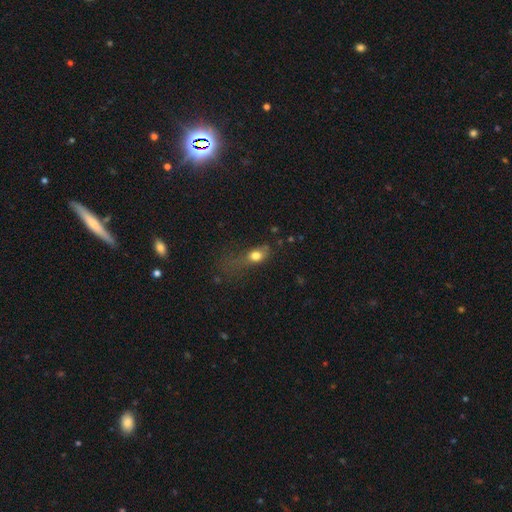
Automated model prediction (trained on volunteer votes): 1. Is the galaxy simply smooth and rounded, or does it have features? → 75% smooth, 14% featured or disk, 11% star or artifact.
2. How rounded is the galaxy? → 68% in between, 24% round, 8% cigar-shaped.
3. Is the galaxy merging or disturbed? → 45% major disturbance, 26% none, 25% minor disturbance, 5% merger.